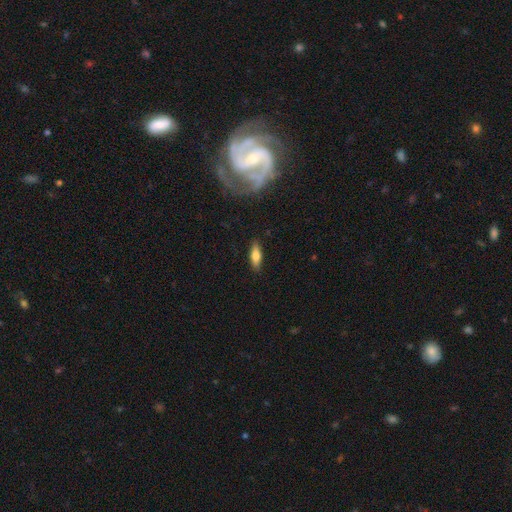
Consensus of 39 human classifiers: A smooth galaxy with no disk features (69%) that is in between round and cigar-shaped (63%).

Vote fractions:
- Smooth or featured? smooth: 69% / featured or disk: 28% / star or artifact: 3%
- How rounded? in between: 63% / cigar-shaped: 37% / round: 0%
- Merging? none: 97% / minor disturbance: 3% / major disturbance: 0% / merger: 0%